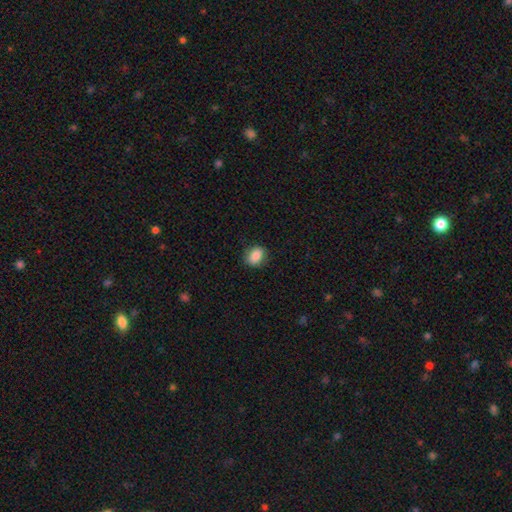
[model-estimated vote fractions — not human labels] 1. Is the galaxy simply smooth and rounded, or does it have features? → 85% smooth, 8% star or artifact, 6% featured or disk.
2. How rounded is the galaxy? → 63% in between, 36% round, 1% cigar-shaped.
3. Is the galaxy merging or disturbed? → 84% none, 13% minor disturbance, 3% major disturbance, 1% merger.